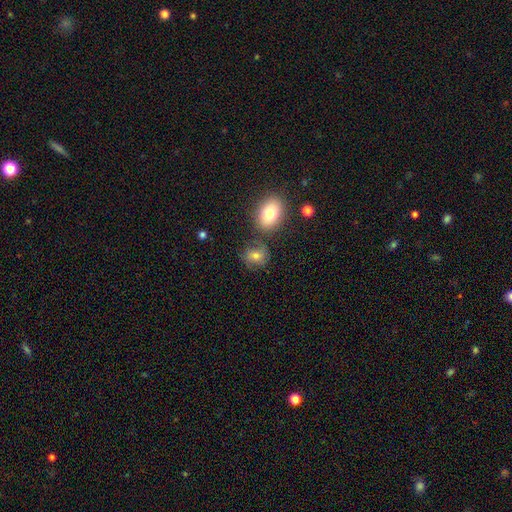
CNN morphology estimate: Smooth or featured: smooth — 71% (featured or disk — 16%)
How rounded: round — 59% (in between — 39%)
Merging: none — 67% (minor disturbance — 16%)